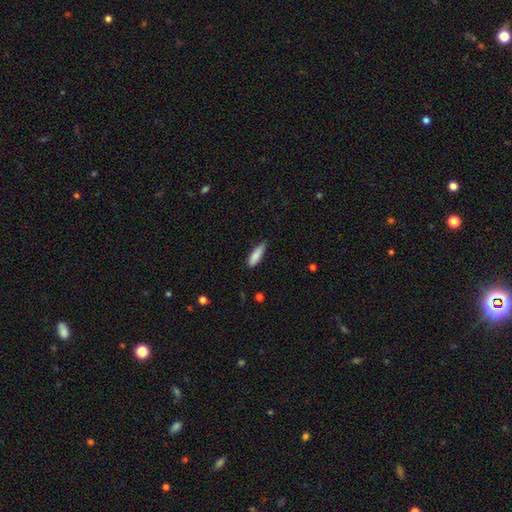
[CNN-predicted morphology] smooth 86%, featured or disk 8%, star or artifact 6%. Down the decision tree: how rounded — cigar-shaped (56%); merging — none (69%).